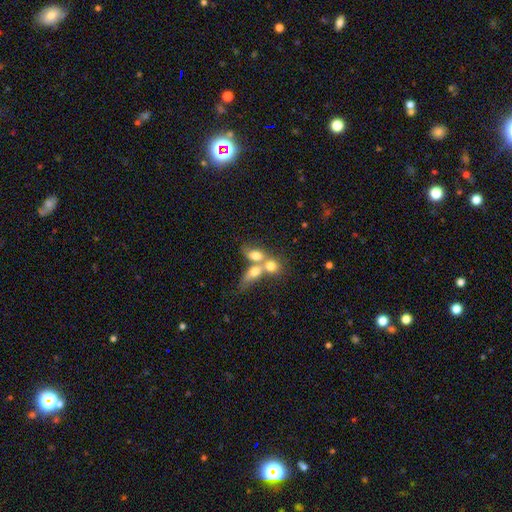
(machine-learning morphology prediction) type=smooth (67%); roundness=in between (70%); merging=merger (64%).